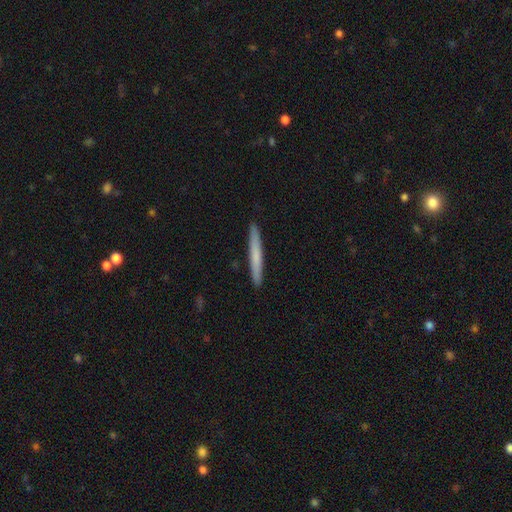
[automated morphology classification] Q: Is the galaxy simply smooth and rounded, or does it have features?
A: smooth — 63%.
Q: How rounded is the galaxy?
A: cigar-shaped — 97%.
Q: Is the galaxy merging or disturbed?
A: none — 92%.